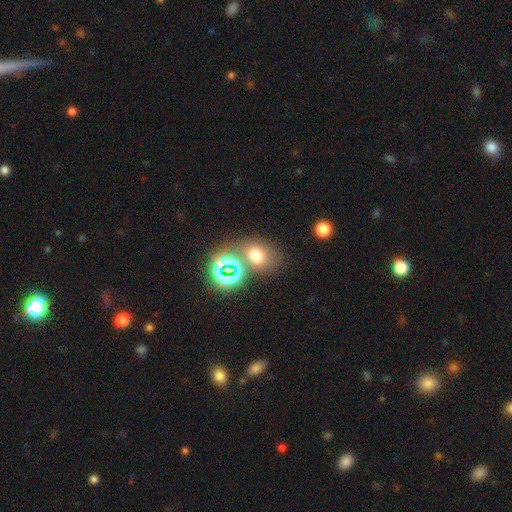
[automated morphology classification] smooth 61%, star or artifact 28%, featured or disk 11%. Down the decision tree: how rounded — round (53%); merging — none (60%).